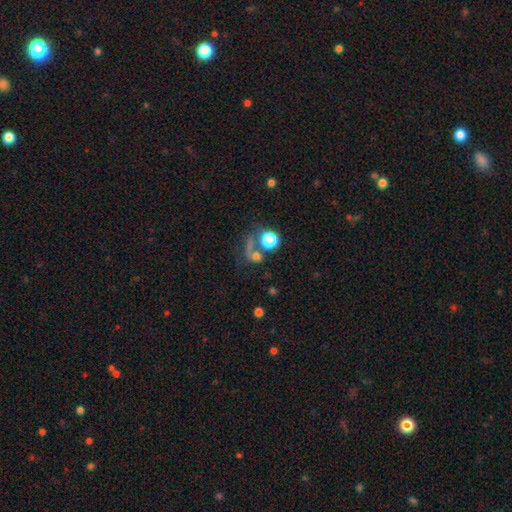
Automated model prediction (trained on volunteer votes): Overall: smooth (61%; star or artifact 23%). How rounded: round (79%). Merging: none (39%; merger 33%).